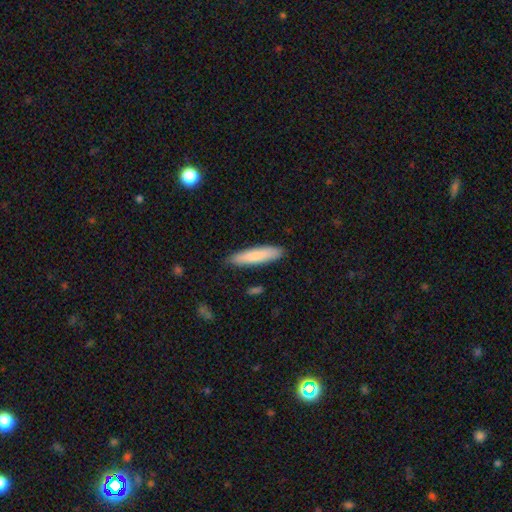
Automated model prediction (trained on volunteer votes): Q: Smooth or featured?
A: smooth (82%); runner-up: featured or disk (12%)
Q: How rounded?
A: cigar-shaped (82%); runner-up: in between (16%)
Q: Merging?
A: none (87%); runner-up: minor disturbance (10%)